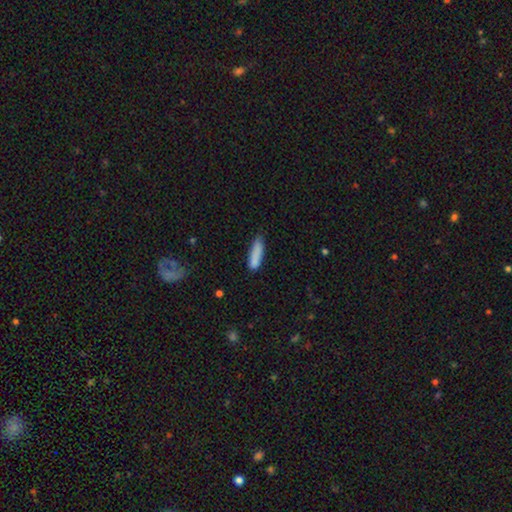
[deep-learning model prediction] Smooth or featured? smooth (86%)
How rounded? cigar-shaped (68%)
Merging? none (70%)